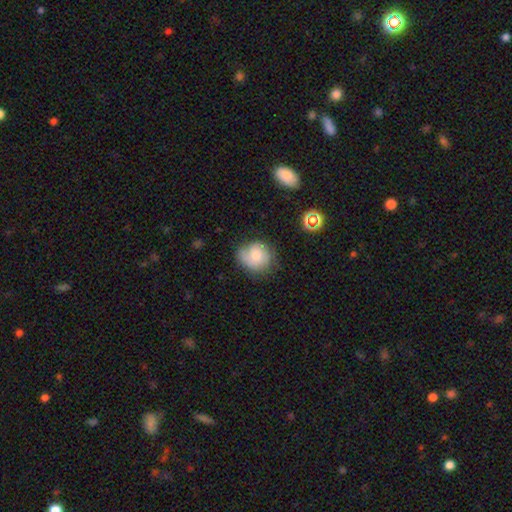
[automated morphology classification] Overall: smooth (62%; featured or disk 29%). How rounded: round (76%). Merging: none (60%; minor disturbance 28%).